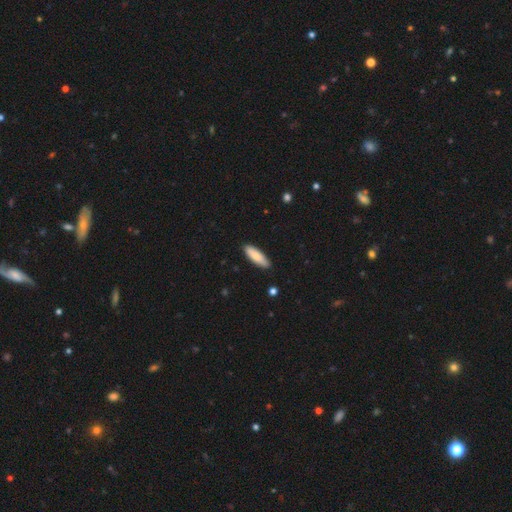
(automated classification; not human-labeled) Morphology: type=smooth (84%); roundness=cigar-shaped (53%); merging=none (88%).